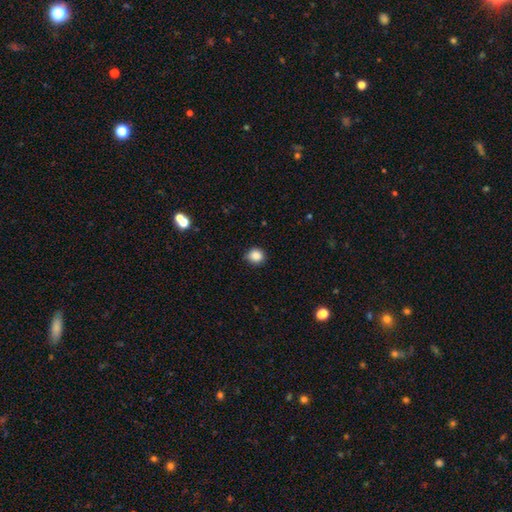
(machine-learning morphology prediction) Smooth or featured? Predicted: smooth (p=0.86). How rounded? Predicted: round (p=0.86). Merging? Predicted: none (p=0.80).